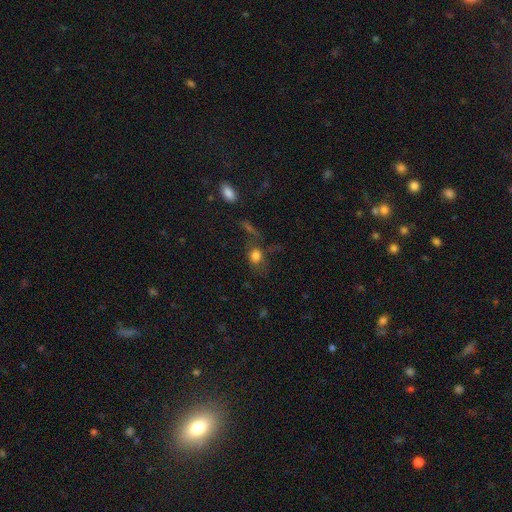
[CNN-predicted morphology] This appears to be a smooth galaxy with no disk features (73%) that is round (54%). Merging: none (46%).